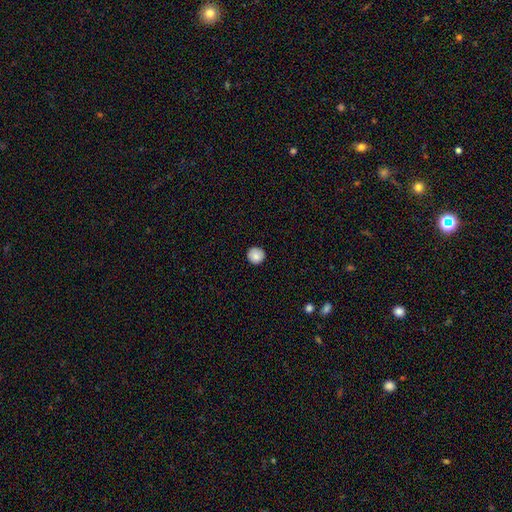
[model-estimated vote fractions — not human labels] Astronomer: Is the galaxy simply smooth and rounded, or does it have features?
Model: smooth — 86%.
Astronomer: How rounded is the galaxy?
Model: round — 95%.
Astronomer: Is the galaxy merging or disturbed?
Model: none — 92%.